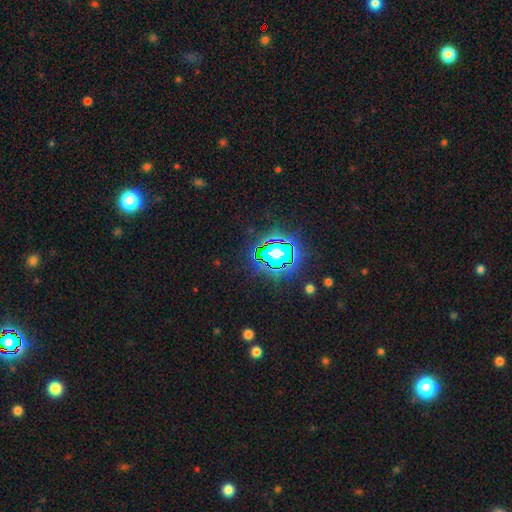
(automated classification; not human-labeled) Smooth or featured? Predicted: star or artifact (p=0.82).